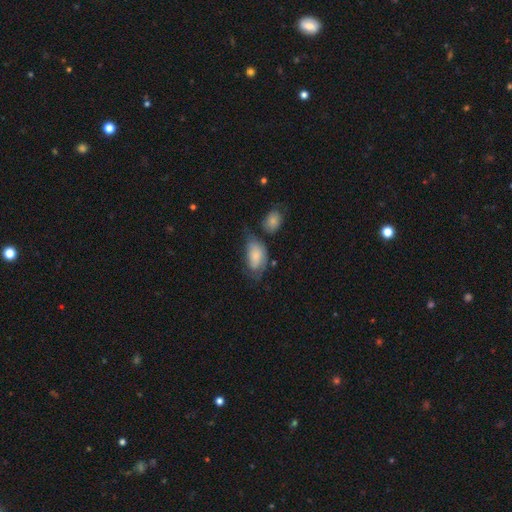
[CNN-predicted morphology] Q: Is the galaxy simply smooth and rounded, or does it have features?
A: smooth — 73%.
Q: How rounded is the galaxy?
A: in between — 91%.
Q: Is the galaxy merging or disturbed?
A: minor disturbance — 33%.